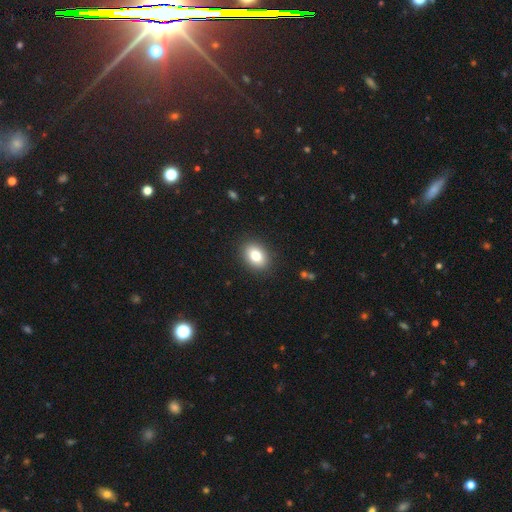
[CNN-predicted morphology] Smooth or featured: smooth — 82% (featured or disk — 9%)
How rounded: in between — 76% (round — 23%)
Merging: none — 89% (minor disturbance — 8%)